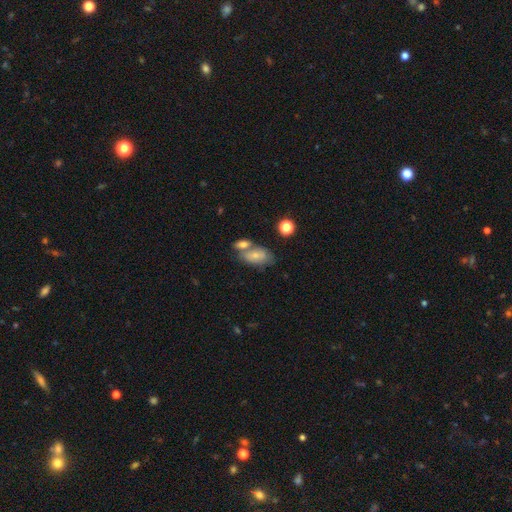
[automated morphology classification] The model was most divided on "merging": merger: 43%, none: 37%, minor disturbance: 14%, major disturbance: 6%. More confident: how rounded — in between (89%); smooth or featured — smooth (68%).